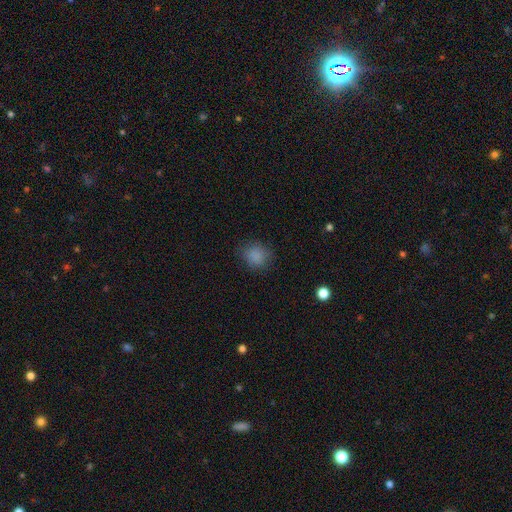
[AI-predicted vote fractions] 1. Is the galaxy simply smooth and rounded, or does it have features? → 84% smooth, 11% star or artifact, 4% featured or disk.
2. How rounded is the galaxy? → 77% round, 22% in between, 1% cigar-shaped.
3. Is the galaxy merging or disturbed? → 81% none, 13% minor disturbance, 5% major disturbance, 1% merger.